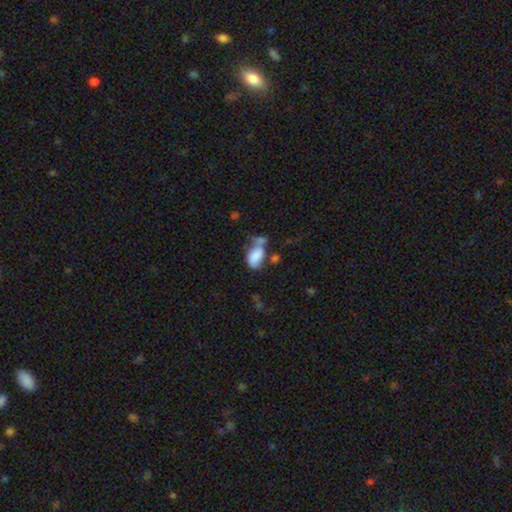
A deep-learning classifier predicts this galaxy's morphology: Smooth or featured: smooth — 80% (featured or disk — 12%)
How rounded: in between — 91% (round — 7%)
Merging: merger — 33% (none — 30%)